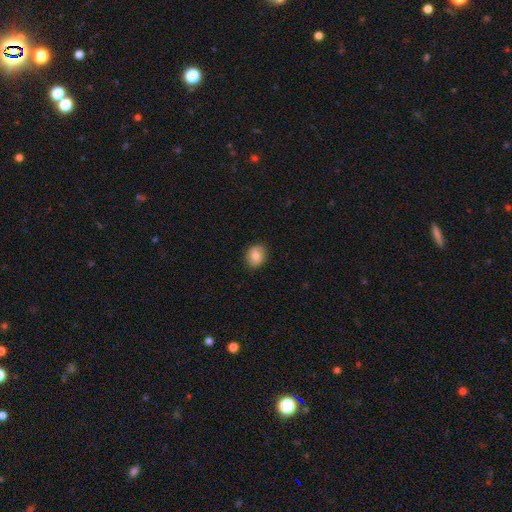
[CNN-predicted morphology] smooth 80%, featured or disk 12%, star or artifact 8%. Down the decision tree: how rounded — round (59%); merging — none (89%).